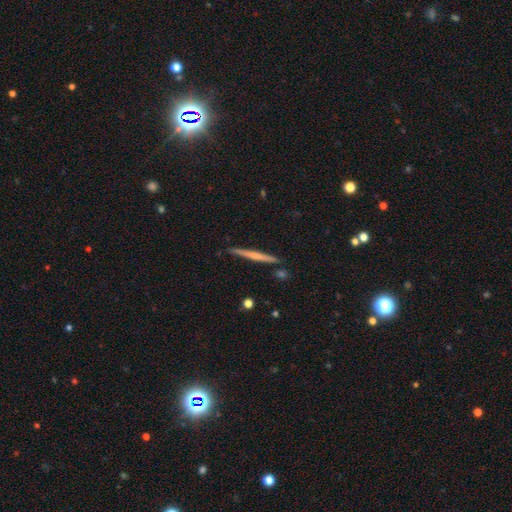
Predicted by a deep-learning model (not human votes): Smooth or featured? Predicted: featured or disk (p=0.52). Edge-on disk? Predicted: yes (p=0.98). Edge-on bulge? Predicted: none (p=0.62). Merging? Predicted: none (p=0.88).